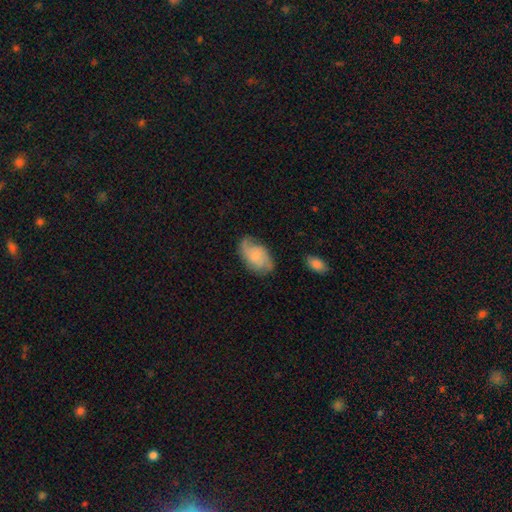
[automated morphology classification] Smooth or featured: featured or disk — 55% (smooth — 39%)
Edge-on disk: no — 96% (yes — 4%)
Bar: no — 68% (weak — 28%)
Spiral arms: yes — 89% (no — 11%)
Bulge size: small — 58% (moderate — 28%)
Merging: none — 67% (minor disturbance — 23%)